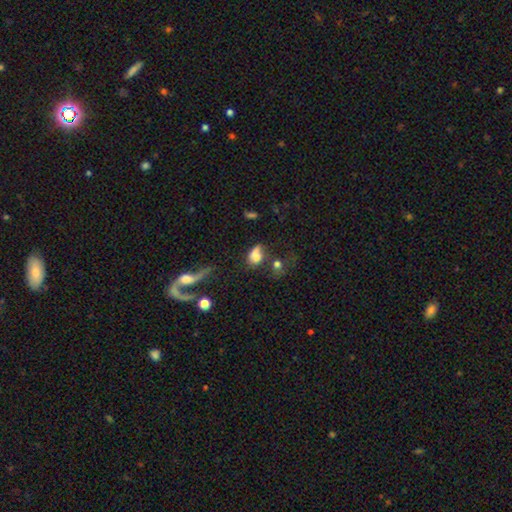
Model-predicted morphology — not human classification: Smooth or featured? Predicted: smooth (p=0.64). How rounded? Predicted: in between (p=0.64). Merging? Predicted: merger (p=0.33).